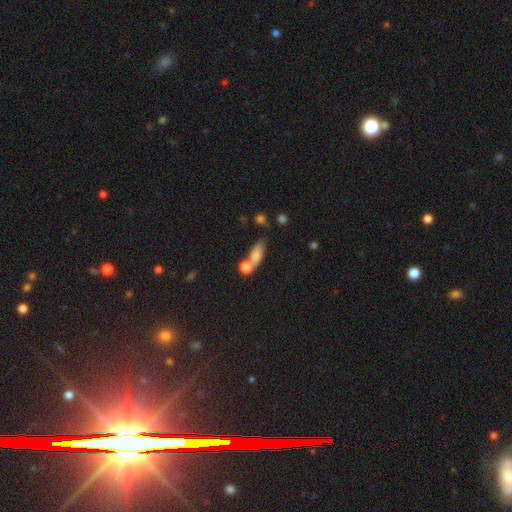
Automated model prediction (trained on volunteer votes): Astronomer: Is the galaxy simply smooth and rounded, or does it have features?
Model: smooth — 75%.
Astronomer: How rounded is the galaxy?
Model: in between — 60%.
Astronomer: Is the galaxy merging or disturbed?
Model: none — 46% (runner-up: merger, 33%).